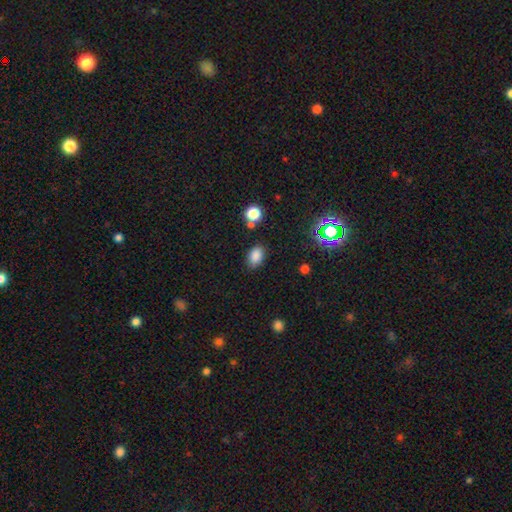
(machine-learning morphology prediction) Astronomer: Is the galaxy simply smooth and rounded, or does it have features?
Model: smooth — 82%.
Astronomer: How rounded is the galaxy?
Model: in between — 85%.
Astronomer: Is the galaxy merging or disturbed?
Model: none — 81%.